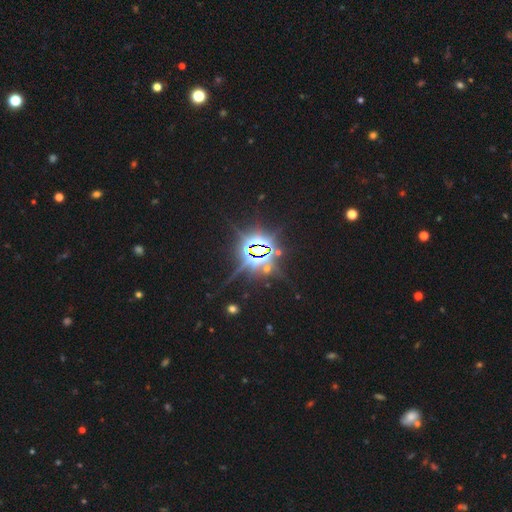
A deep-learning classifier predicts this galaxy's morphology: smooth_or_featured: star or artifact (p=0.86) [alt: featured or disk p=0.07]